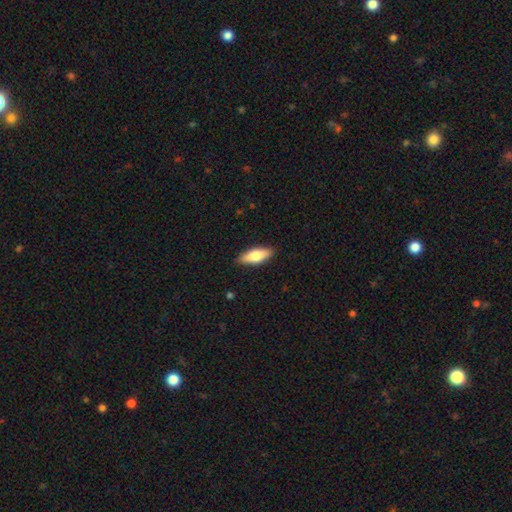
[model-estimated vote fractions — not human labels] smooth 71%, featured or disk 23%, star or artifact 6%. Down the decision tree: how rounded — in between (65%); merging — none (88%).